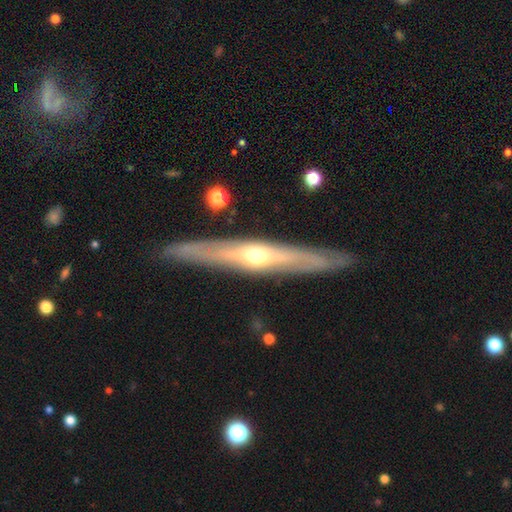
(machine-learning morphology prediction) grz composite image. It shows a featured or disk galaxy (71%) viewed edge-on (87%) with a rounded central bulge (84%). Merging: none (87%).